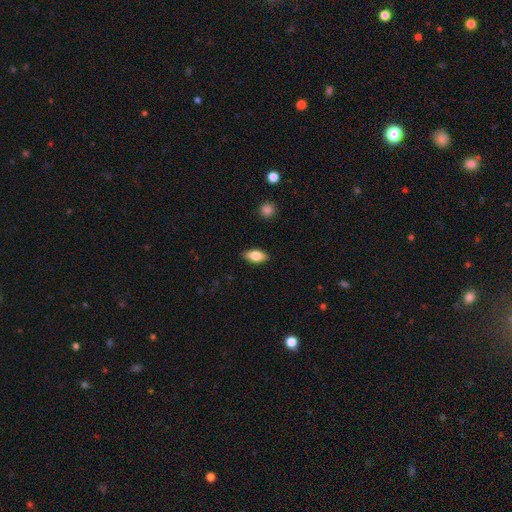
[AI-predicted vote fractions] Overall: smooth (81%). How rounded: in between (89%). Merging: none (88%).